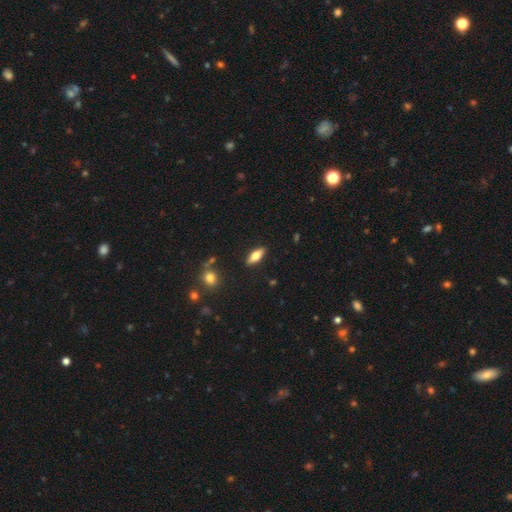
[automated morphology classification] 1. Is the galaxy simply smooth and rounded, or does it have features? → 63% smooth, 30% featured or disk, 7% star or artifact.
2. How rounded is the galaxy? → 68% in between, 29% cigar-shaped, 3% round.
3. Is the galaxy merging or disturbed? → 88% none, 9% minor disturbance, 2% major disturbance, 2% merger.